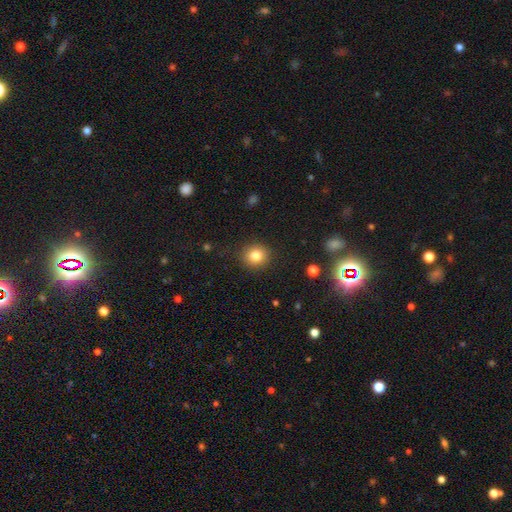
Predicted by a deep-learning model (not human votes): Smooth or featured? Predicted: smooth (p=0.82). How rounded? Predicted: round (p=0.87). Merging? Predicted: none (p=0.89).